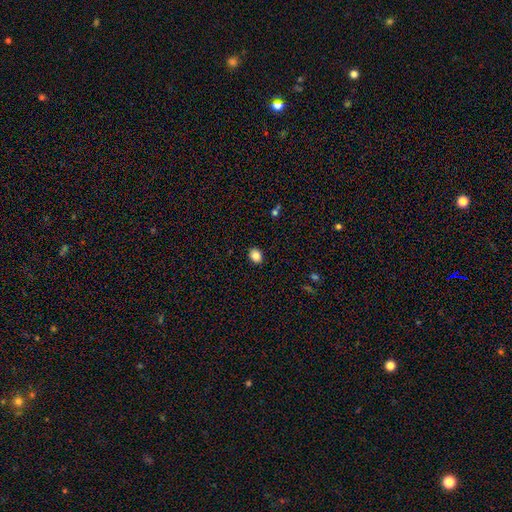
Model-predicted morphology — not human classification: Smooth or featured? smooth (85%)
How rounded? in between (53%)
Merging? none (90%)